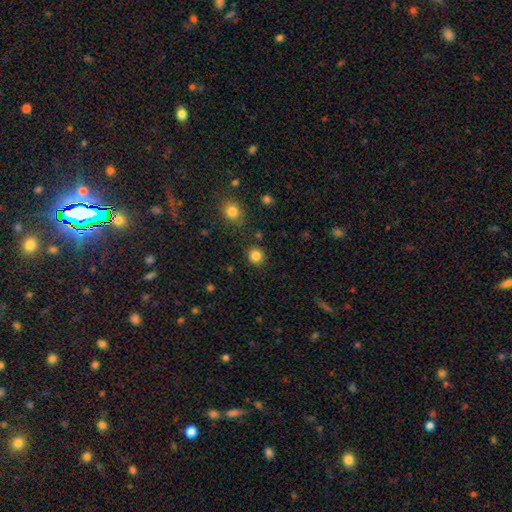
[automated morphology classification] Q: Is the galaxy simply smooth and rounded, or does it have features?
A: smooth — 84%.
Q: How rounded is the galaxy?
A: round — 90%.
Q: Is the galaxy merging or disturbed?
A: none — 88%.